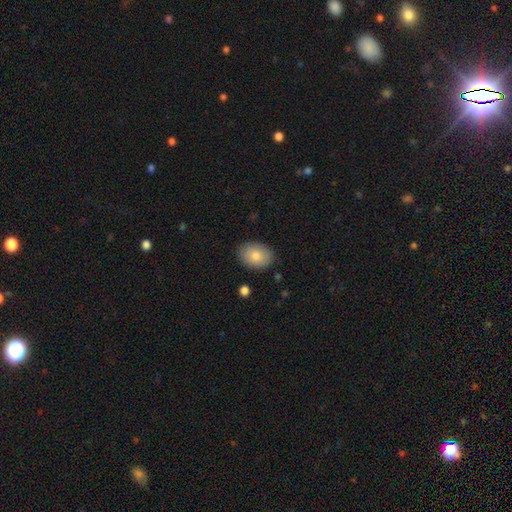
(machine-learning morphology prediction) smooth_or_featured: smooth (p=0.82) [alt: featured or disk p=0.11]
how_rounded: in between (p=0.73) [alt: round p=0.26]
merging: none (p=0.87) [alt: minor disturbance p=0.09]